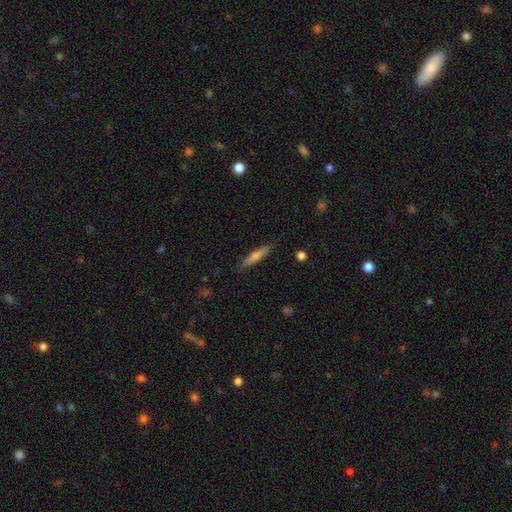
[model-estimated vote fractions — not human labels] A smooth galaxy with no disk features (57%) that is cigar-shaped (92%). Merging: none (87%).